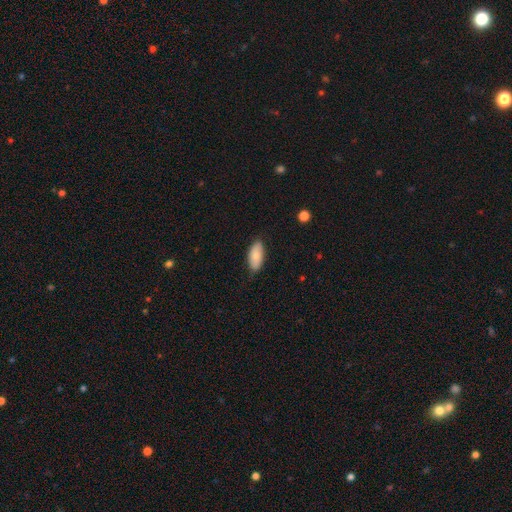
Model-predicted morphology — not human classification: The model was most divided on "merging": none: 81%, minor disturbance: 15%, major disturbance: 2%, merger: 1%. More confident: how rounded — in between (92%); smooth or featured — smooth (81%).